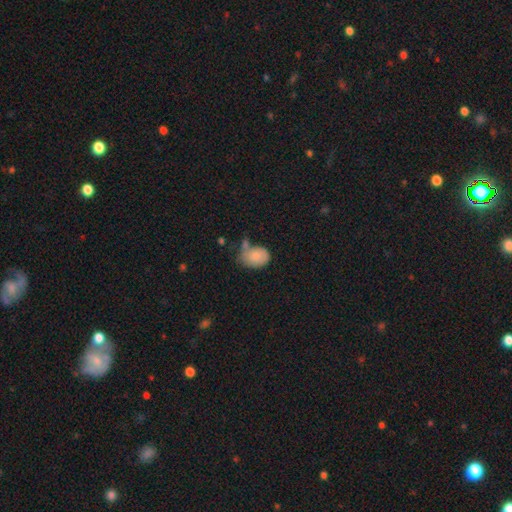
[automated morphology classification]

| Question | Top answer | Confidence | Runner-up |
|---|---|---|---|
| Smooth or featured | smooth | 79% | featured or disk (13%) |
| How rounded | in between | 74% | round (25%) |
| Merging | none | 42% | minor disturbance (28%) |